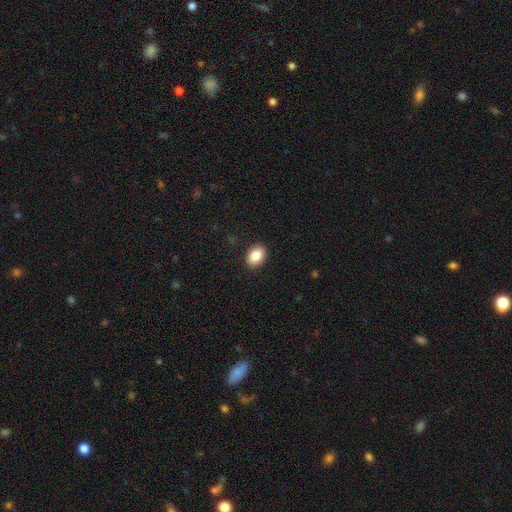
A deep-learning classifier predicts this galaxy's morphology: This is clearly a smooth galaxy (87%). How rounded: likely in between (80%). Merging: clearly none (90%).